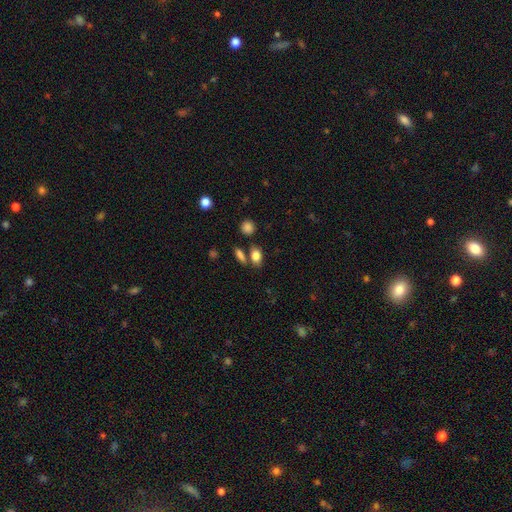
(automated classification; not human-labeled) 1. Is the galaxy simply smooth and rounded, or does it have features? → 84% smooth, 9% star or artifact, 7% featured or disk.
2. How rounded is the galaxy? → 81% in between, 16% round, 4% cigar-shaped.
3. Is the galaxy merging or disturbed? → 68% none, 17% merger, 12% minor disturbance, 4% major disturbance.